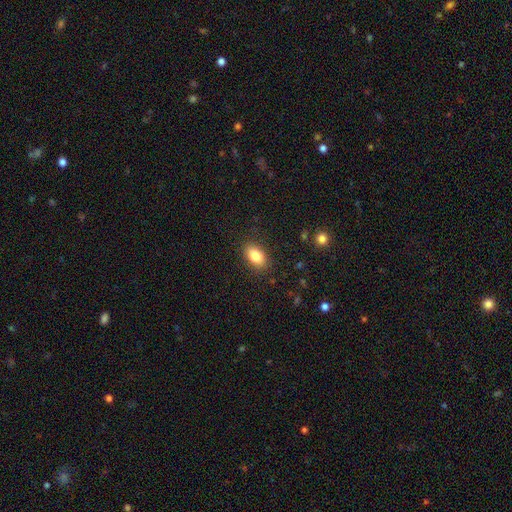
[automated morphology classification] Smooth or featured? Predicted: smooth (p=0.84). How rounded? Predicted: in between (p=0.89). Merging? Predicted: none (p=0.87).